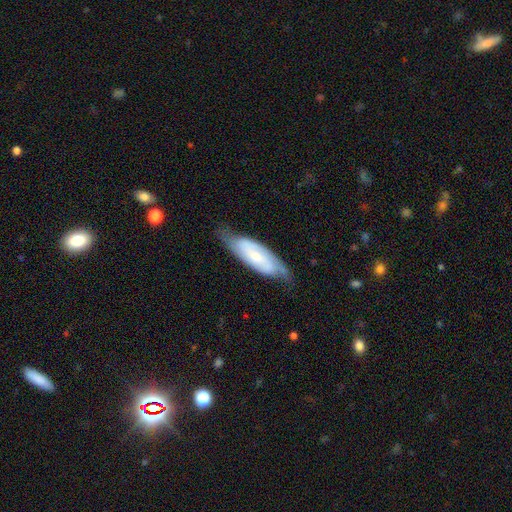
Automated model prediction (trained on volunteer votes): This is likely a featured or disk galaxy (66%). It is clearly not viewed edge-on (85%). Bar: possibly no (52%). Spiral arm pattern: clearly yes (89%). Spiral arm count: likely 2 (76%). Spiral winding: marginally medium (41%, tied with tight). Central bulge: possibly small (60%). Merging: likely none (68%).